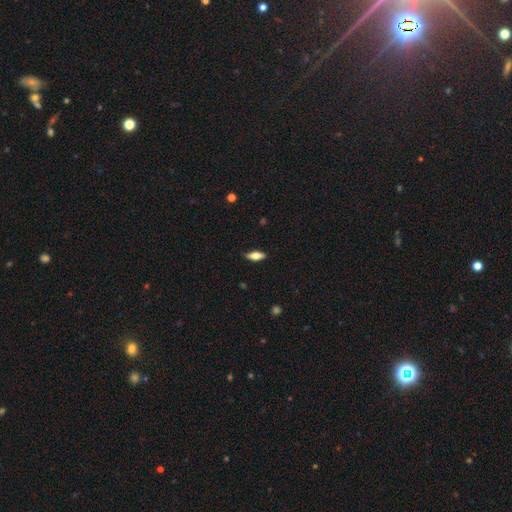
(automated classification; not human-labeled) Smooth or featured: smooth — 61% (featured or disk — 32%)
How rounded: in between — 70% (cigar-shaped — 27%)
Merging: none — 87% (minor disturbance — 10%)